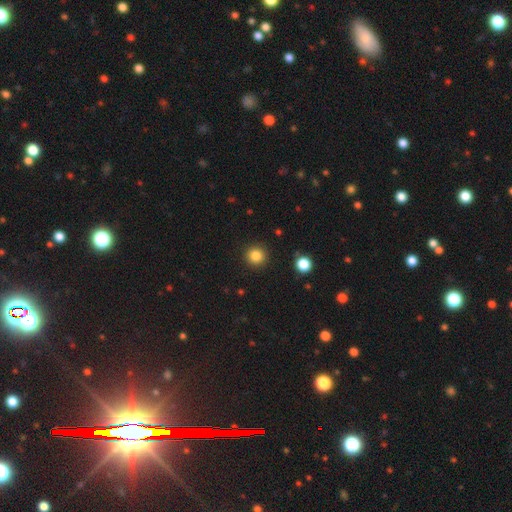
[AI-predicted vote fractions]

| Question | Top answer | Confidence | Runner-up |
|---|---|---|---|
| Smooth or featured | smooth | 84% | star or artifact (11%) |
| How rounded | round | 93% | in between (6%) |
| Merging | none | 91% | minor disturbance (5%) |